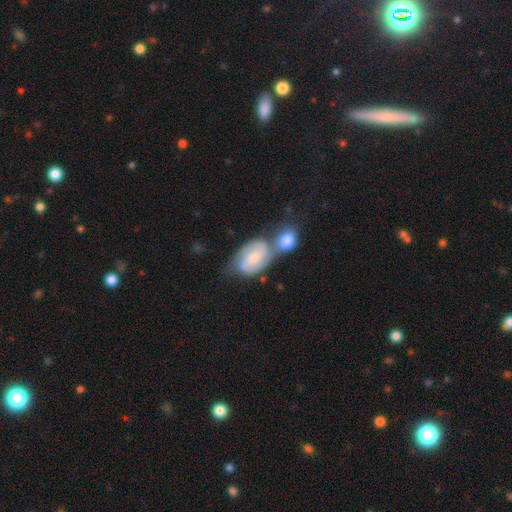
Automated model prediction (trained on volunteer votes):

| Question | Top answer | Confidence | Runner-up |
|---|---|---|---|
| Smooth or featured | featured or disk | 67% | smooth (26%) |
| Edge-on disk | no | 97% | yes (3%) |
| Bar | weak | 47% | no (36%) |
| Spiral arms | yes | 91% | no (9%) |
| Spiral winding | medium | 51% | tight (28%) |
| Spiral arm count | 2 | 86% | can't tell (8%) |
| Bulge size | small | 41% | moderate (32%) |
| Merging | merger | 57% | none (25%) |